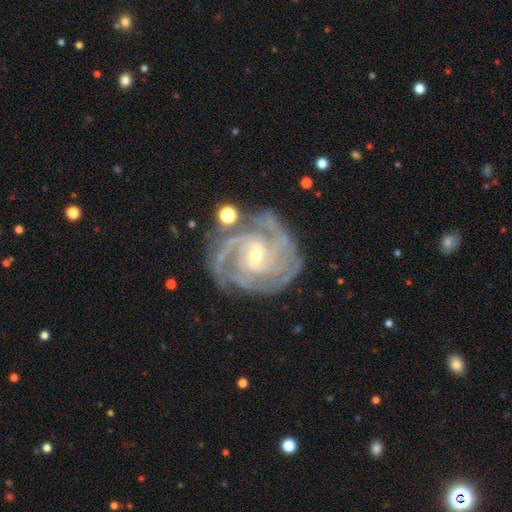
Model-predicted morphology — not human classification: smooth-or-featured: featured or disk: 92% | star or artifact: 5% | smooth: 3%
  disk-edge-on: no: 98% | yes: 2%
    bar: weak: 52% | no: 26% | strong: 22%
    has-spiral-arms: yes: 98% | no: 2%
      spiral-winding: tight: 70% | medium: 27% | loose: 4%
      spiral-arm-count: 3: 31% | 4: 23% | 2: 18% | can't tell: 16% | more than 4: 7% | 1: 6%
    bulge-size: small: 56% | moderate: 41% | large: 1% | none: 1% | dominant: 1%
  merging: none: 74% | minor disturbance: 17% | major disturbance: 7% | merger: 3%